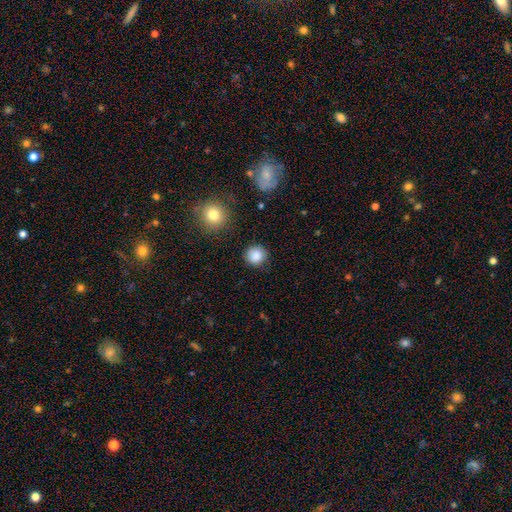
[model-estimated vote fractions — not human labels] Overall: smooth (86%). How rounded: round (92%). Merging: none (88%).